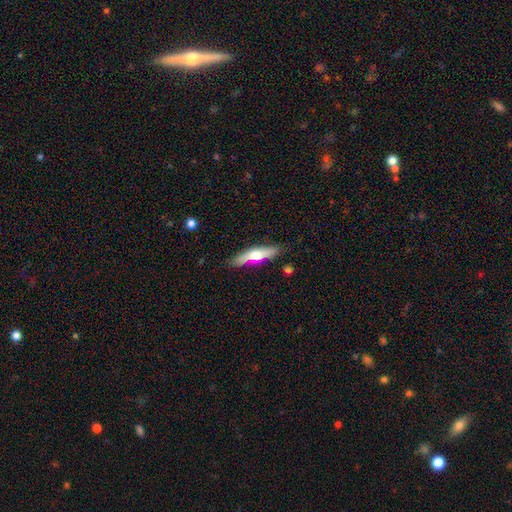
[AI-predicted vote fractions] Smooth or featured: smooth — 51% (featured or disk — 43%)
How rounded: cigar-shaped — 76% (in between — 22%)
Merging: none — 81% (minor disturbance — 13%)